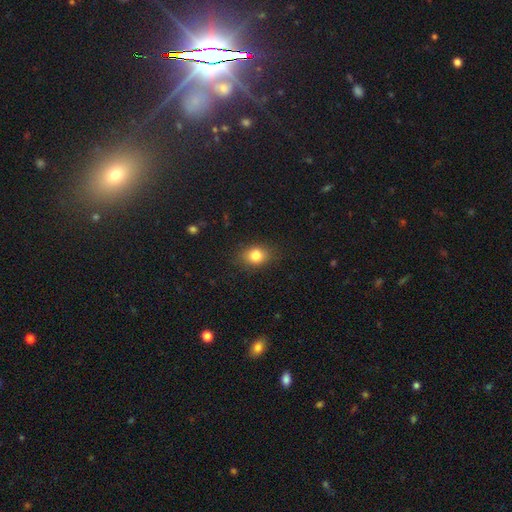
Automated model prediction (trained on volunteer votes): Smooth or featured? Predicted: smooth (p=0.81). How rounded? Predicted: in between (p=0.54). Merging? Predicted: none (p=0.85).